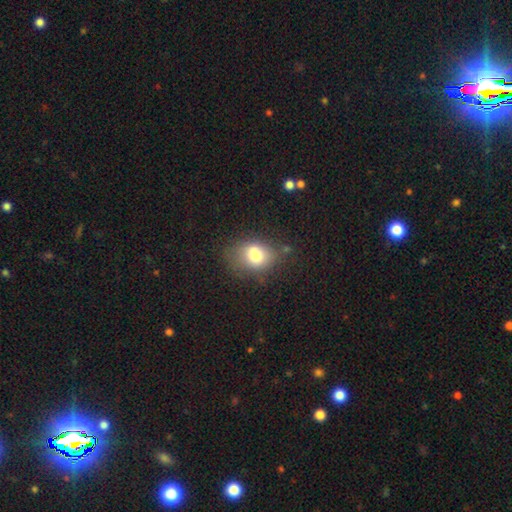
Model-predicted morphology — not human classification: Smooth or featured: smooth — 76% (featured or disk — 13%)
How rounded: in between — 63% (round — 36%)
Merging: none — 62% (minor disturbance — 23%)